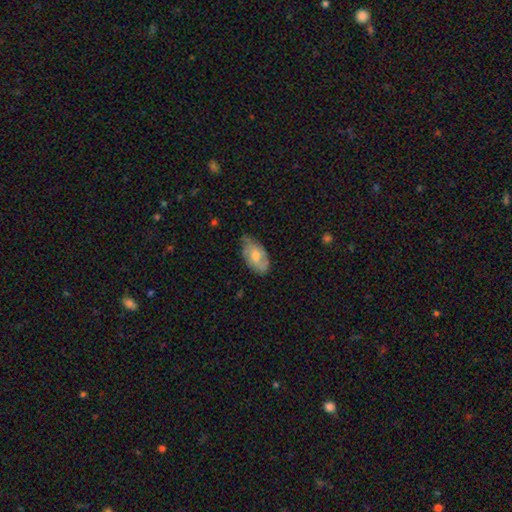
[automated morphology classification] Q: Smooth or featured?
A: smooth (47%); runner-up: featured or disk (46%)
Q: Merging?
A: none (61%); runner-up: minor disturbance (32%)